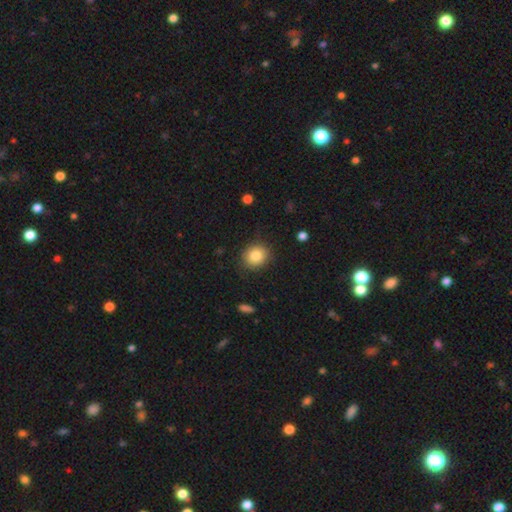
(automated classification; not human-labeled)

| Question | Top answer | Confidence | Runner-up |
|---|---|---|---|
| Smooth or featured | smooth | 84% | star or artifact (9%) |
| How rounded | round | 77% | in between (22%) |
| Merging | none | 86% | minor disturbance (10%) |